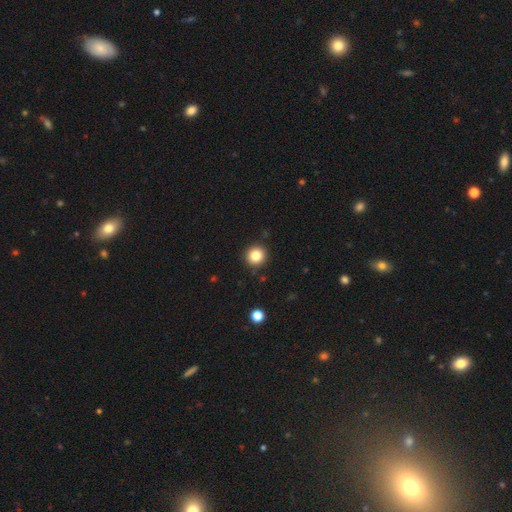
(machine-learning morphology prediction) A smooth galaxy with no disk features (83%) that is round (93%). Merging: none (91%).